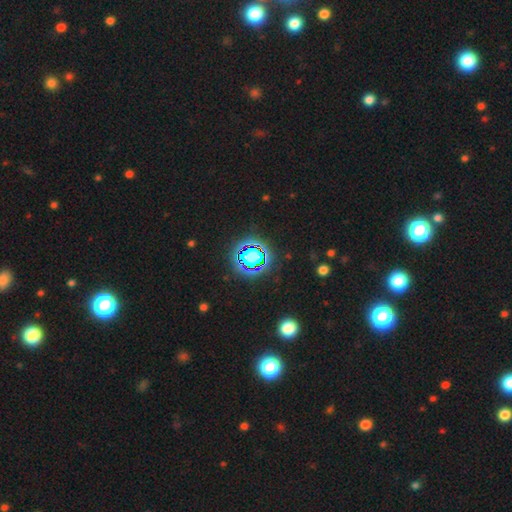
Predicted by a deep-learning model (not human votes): Smooth or featured? star or artifact (76%)